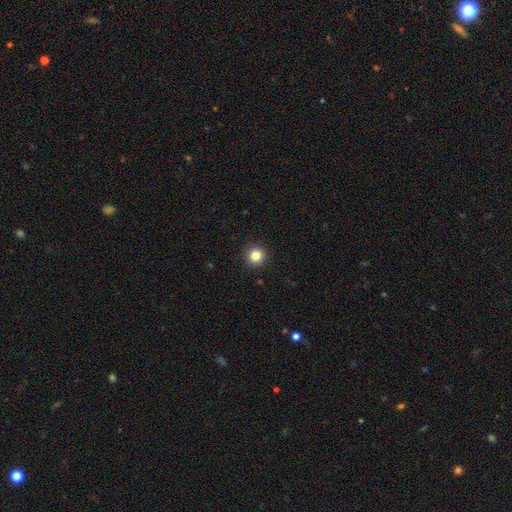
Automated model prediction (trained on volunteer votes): Smooth or featured? Predicted: smooth (p=0.83). How rounded? Predicted: round (p=0.95). Merging? Predicted: none (p=0.93).